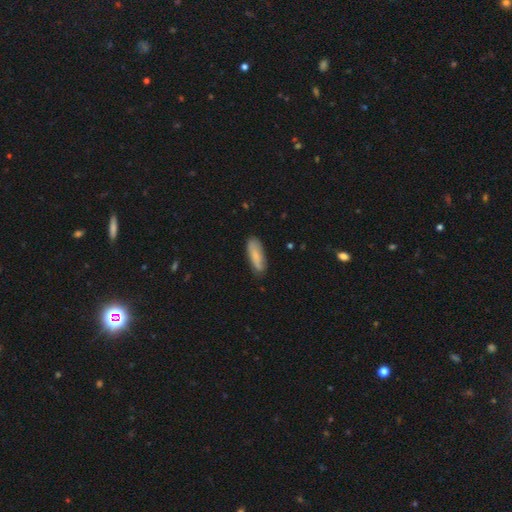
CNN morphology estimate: This appears to be a smooth galaxy with no disk features (79%) that is in between round and cigar-shaped (50%). Merging: none (79%).